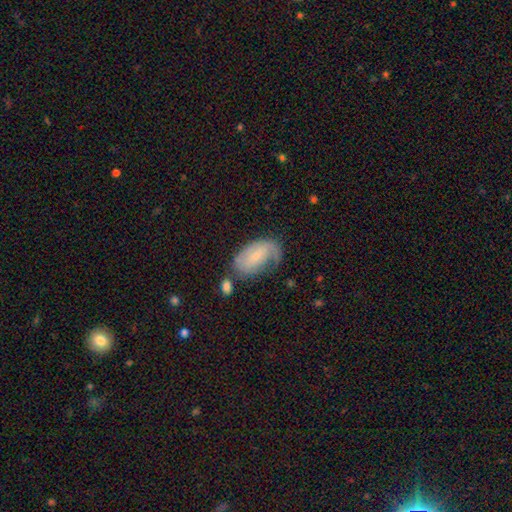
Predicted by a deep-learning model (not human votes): smooth-or-featured: smooth: 46% | featured or disk: 45% | star or artifact: 9%
  merging: none: 48% | minor disturbance: 29% | major disturbance: 17% | merger: 6%